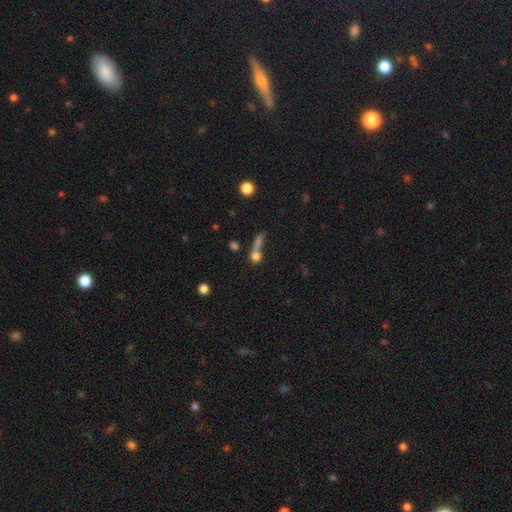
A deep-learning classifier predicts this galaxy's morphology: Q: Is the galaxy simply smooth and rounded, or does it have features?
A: smooth — 69%.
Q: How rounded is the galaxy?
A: round — 66%.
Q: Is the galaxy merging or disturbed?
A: merger — 44%.